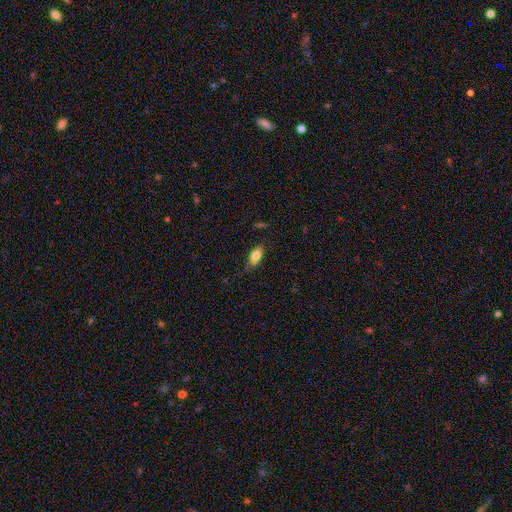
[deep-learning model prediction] Smooth or featured?
  - smooth: 79% *
  - featured or disk: 13%
  - star or artifact: 7%
How rounded?
  - in between: 87% *
  - cigar-shaped: 9%
  - round: 4%
Merging?
  - none: 69% *
  - minor disturbance: 24%
  - major disturbance: 5%
  - merger: 2%